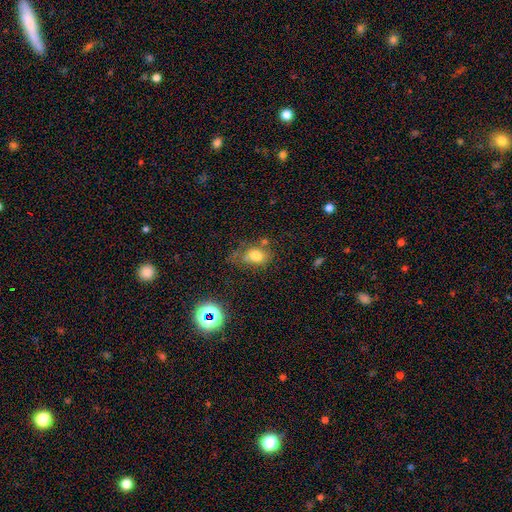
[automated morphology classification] smooth-or-featured: smooth: 73% | featured or disk: 14% | star or artifact: 13%
  how-rounded: in between: 64% | round: 34% | cigar-shaped: 2%
  merging: none: 46% | minor disturbance: 25% | major disturbance: 15% | merger: 14%